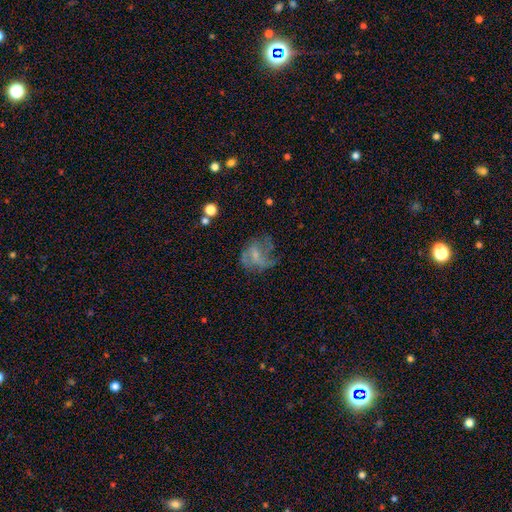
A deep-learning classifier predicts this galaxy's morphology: Smooth or featured? Predicted: featured or disk (p=0.53). Edge-on disk? Predicted: no (p=0.98). Bar? Predicted: no (p=0.55). Spiral arms? Predicted: yes (p=0.51). Bulge size? Predicted: small (p=0.48). Merging? Predicted: major disturbance (p=0.37, tied with none).